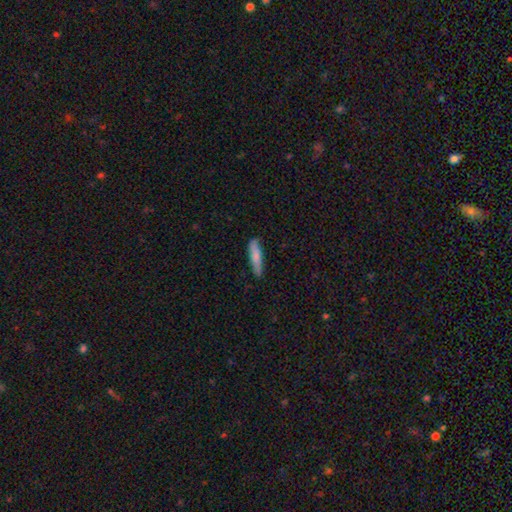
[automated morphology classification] This is likely a smooth galaxy (79%). How rounded: clearly cigar-shaped (82%). Merging: clearly none (80%).